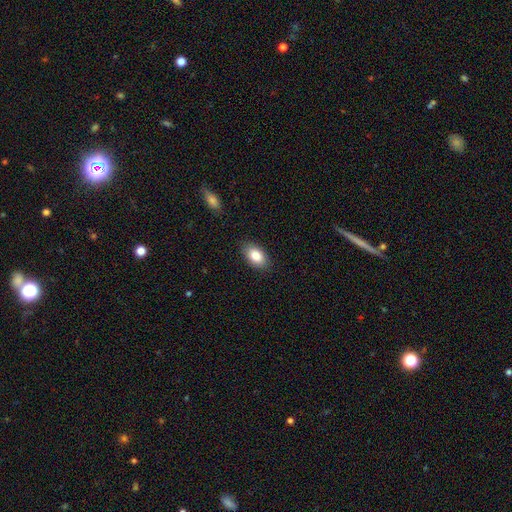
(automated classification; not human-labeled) This appears to be a smooth galaxy with no disk features (85%) that is in between round and cigar-shaped (92%). Merging: none (87%).